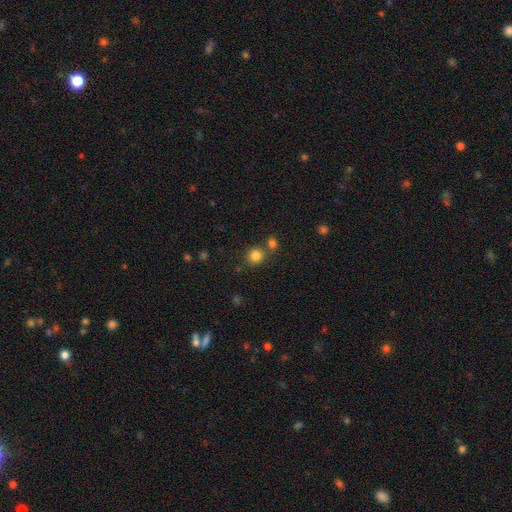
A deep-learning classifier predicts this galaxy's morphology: A smooth galaxy with no disk features (82%) that is round (88%).

Vote fractions:
- Smooth or featured? smooth: 82% / star or artifact: 13% / featured or disk: 5%
- How rounded? round: 88% / in between: 11% / cigar-shaped: 1%
- Merging? none: 69% / merger: 20% / minor disturbance: 8% / major disturbance: 3%